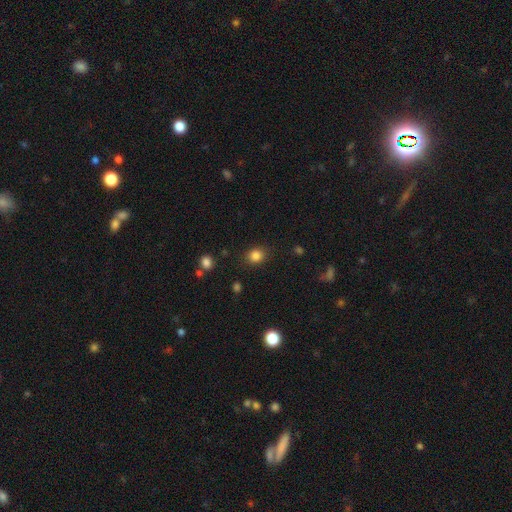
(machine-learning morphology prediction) This is clearly a smooth galaxy (84%). How rounded: likely round (69%). Merging: clearly none (84%).